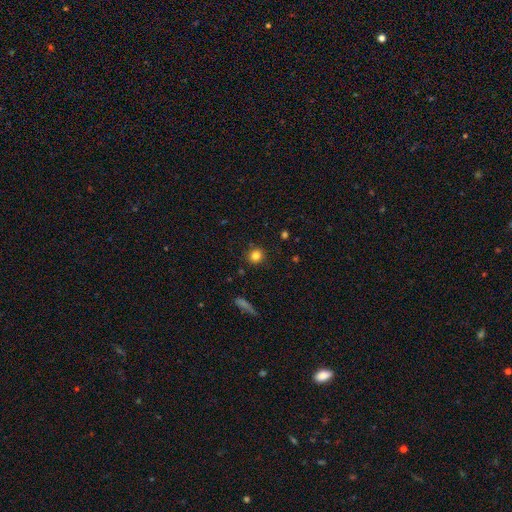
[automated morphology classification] Smooth or featured? Predicted: smooth (p=0.83). How rounded? Predicted: round (p=0.88). Merging? Predicted: none (p=0.88).